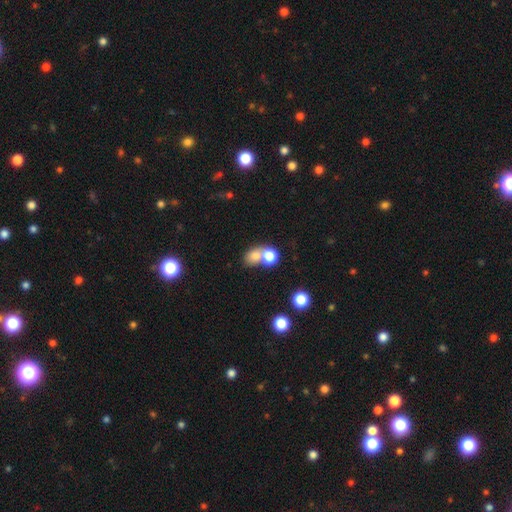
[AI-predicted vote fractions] smooth 75%, star or artifact 13%, featured or disk 12%. Down the decision tree: how rounded — round (54%); merging — merger (54%).